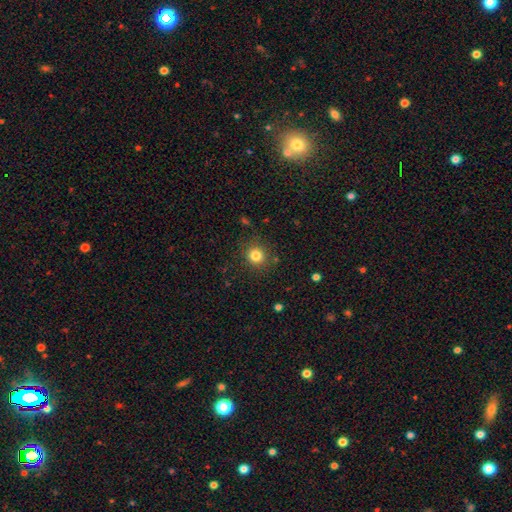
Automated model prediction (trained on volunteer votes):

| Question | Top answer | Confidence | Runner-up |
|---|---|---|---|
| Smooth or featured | smooth | 82% | star or artifact (13%) |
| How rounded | round | 90% | in between (9%) |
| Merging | none | 87% | minor disturbance (8%) |